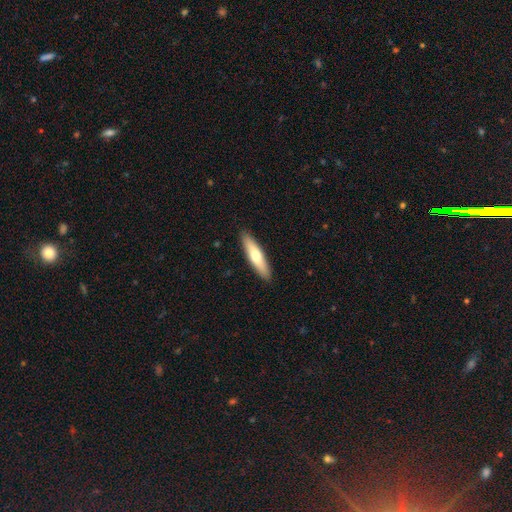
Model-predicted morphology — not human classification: This appears to be a smooth galaxy with no disk features (64%) that is cigar-shaped (76%). Merging: none (91%).